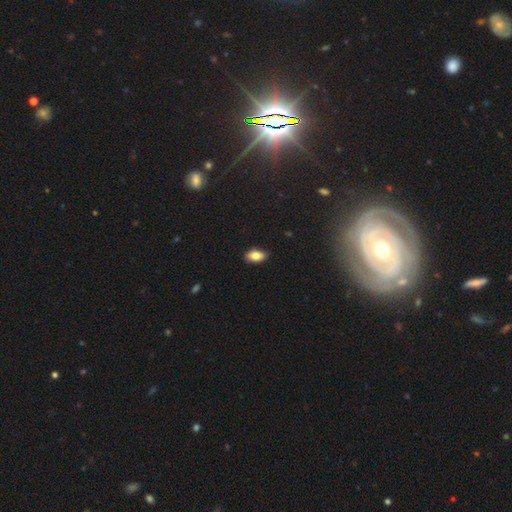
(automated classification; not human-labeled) Morphology: type=smooth (81%); roundness=in between (90%); merging=none (86%).